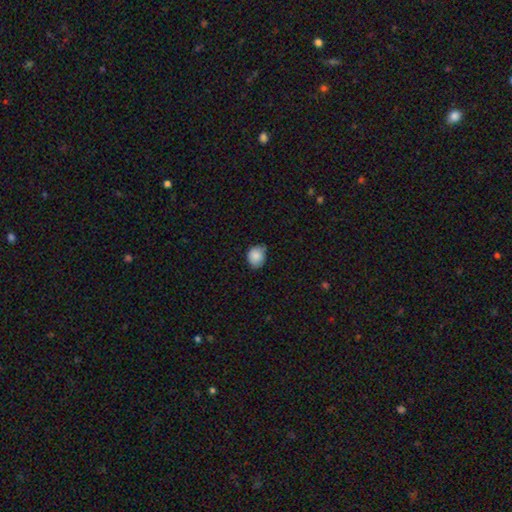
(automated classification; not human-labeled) Q: Smooth or featured?
A: smooth (87%); runner-up: star or artifact (8%)
Q: How rounded?
A: round (61%); runner-up: in between (38%)
Q: Merging?
A: none (64%); runner-up: minor disturbance (31%)